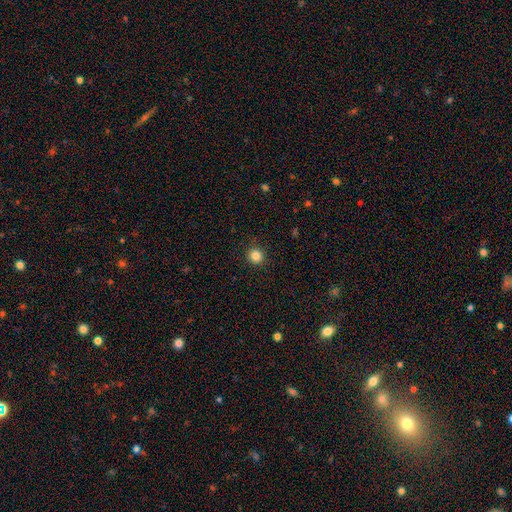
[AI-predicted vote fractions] Morphology: type=smooth (84%); roundness=round (93%); merging=none (91%).